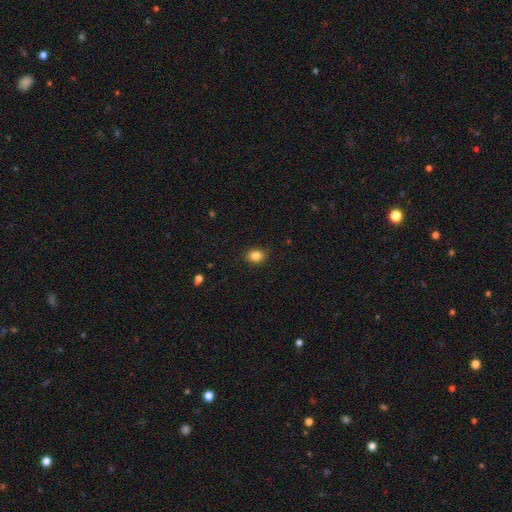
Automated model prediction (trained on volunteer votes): Overall: smooth (84%). How rounded: round (65%; in between 34%). Merging: none (90%).